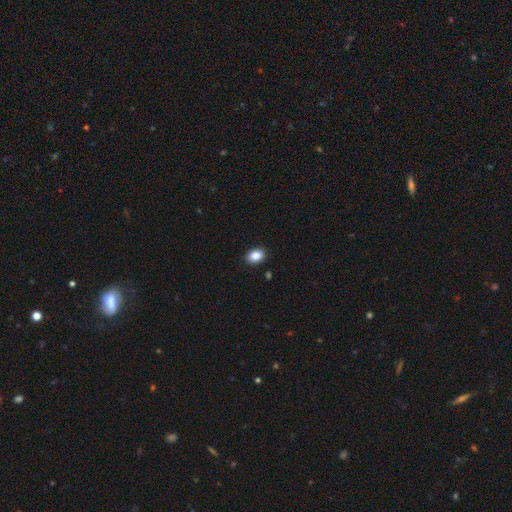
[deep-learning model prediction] Overall: smooth (88%). How rounded: in between (77%). Merging: none (89%).